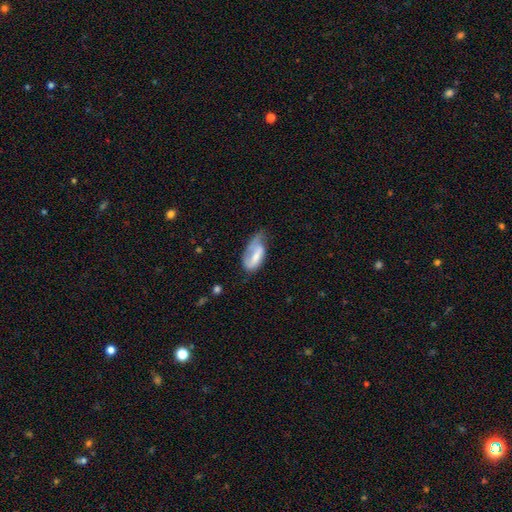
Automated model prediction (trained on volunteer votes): Smooth or featured: smooth — 50% (featured or disk — 44%)
Merging: minor disturbance — 36% (major disturbance — 34%)